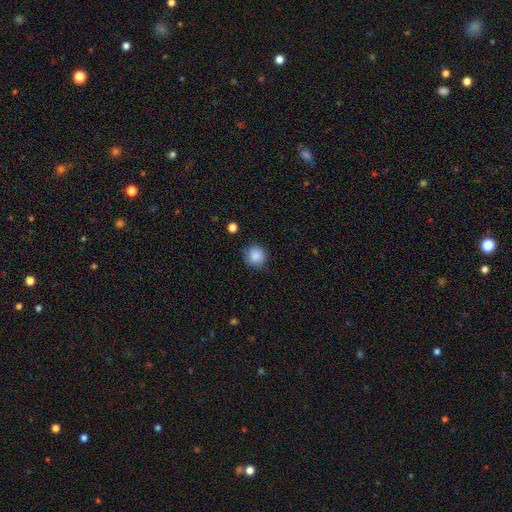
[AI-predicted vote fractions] A smooth galaxy with no disk features (87%) that is round (92%). Merging: none (87%).